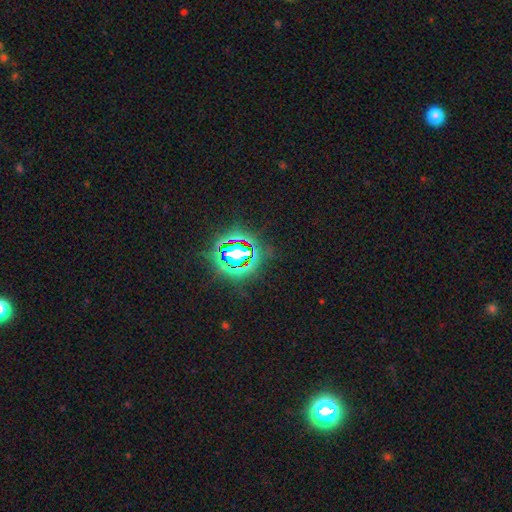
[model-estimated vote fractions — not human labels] A star or artifact, not a galaxy (79%).